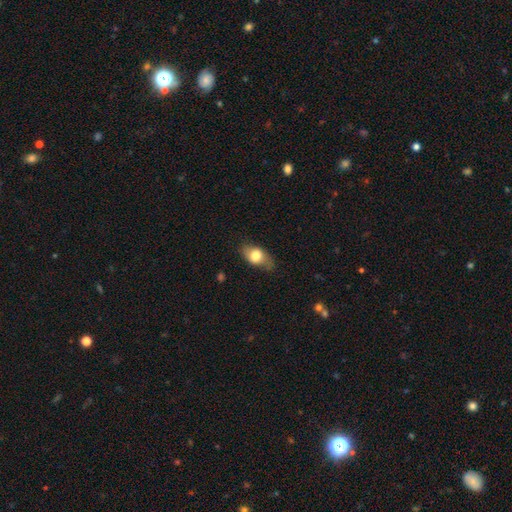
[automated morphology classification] Smooth or featured? Predicted: smooth (p=0.72). How rounded? Predicted: in between (p=0.81). Merging? Predicted: none (p=0.70).